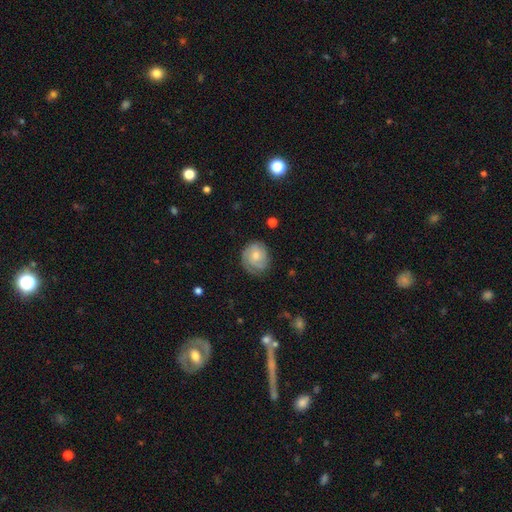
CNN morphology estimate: This appears to be a featured or disk galaxy (49%). Merging: none (68%).